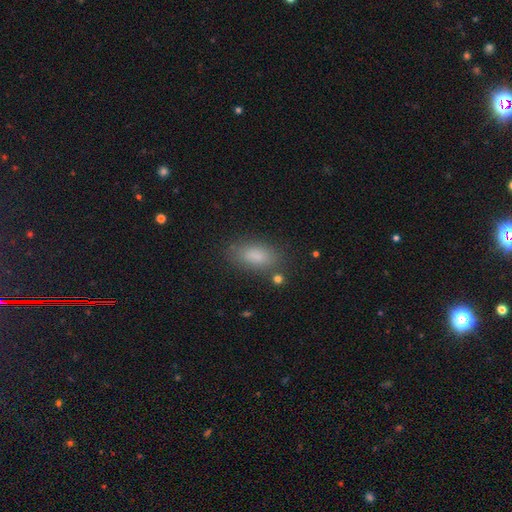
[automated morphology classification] The model was most divided on "merging": none: 80%, minor disturbance: 13%, major disturbance: 4%, merger: 3%. More confident: how rounded — in between (88%); smooth or featured — smooth (84%).